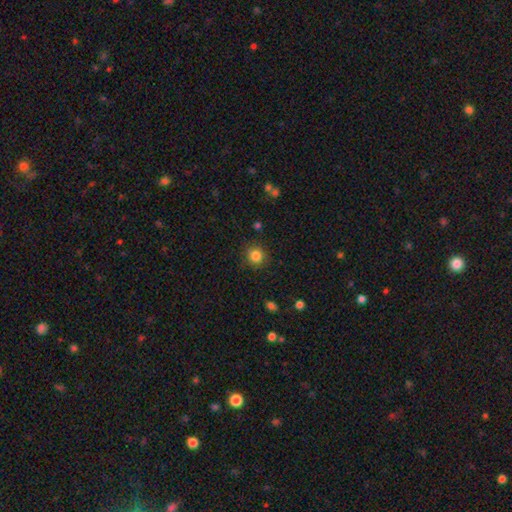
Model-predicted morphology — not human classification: Q: Smooth or featured?
A: smooth (83%); runner-up: star or artifact (11%)
Q: How rounded?
A: round (90%); runner-up: in between (9%)
Q: Merging?
A: none (88%); runner-up: minor disturbance (8%)